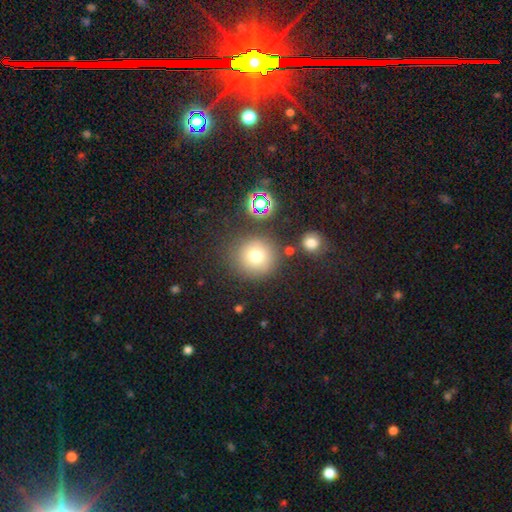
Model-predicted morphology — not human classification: Overall: smooth (73%). How rounded: round (93%). Merging: none (80%).